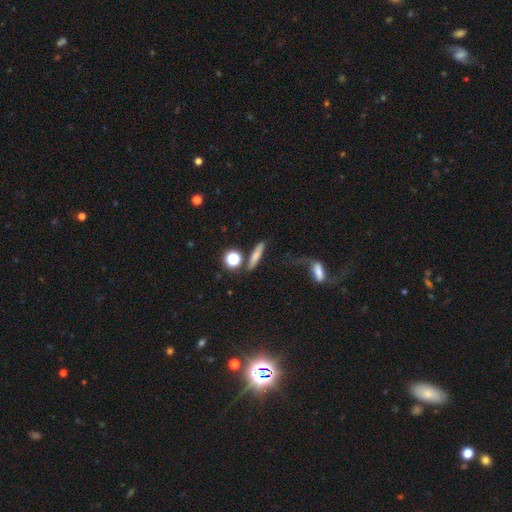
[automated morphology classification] Overall: smooth (67%). How rounded: cigar-shaped (71%). Merging: none (70%).